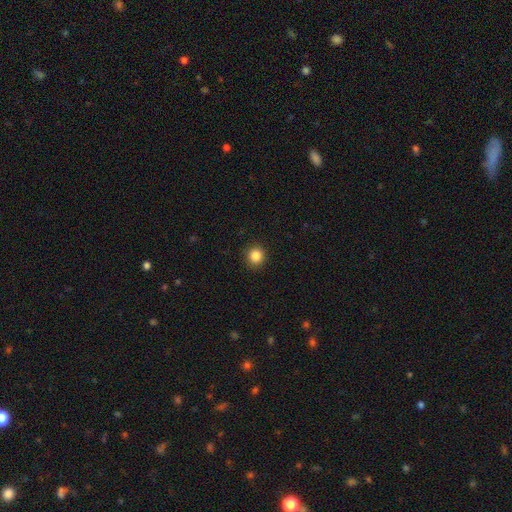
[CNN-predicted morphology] Smooth or featured?
  - smooth: 85% *
  - star or artifact: 11%
  - featured or disk: 4%
How rounded?
  - round: 92% *
  - in between: 7%
  - cigar-shaped: 1%
Merging?
  - none: 91% *
  - minor disturbance: 6%
  - major disturbance: 2%
  - merger: 1%